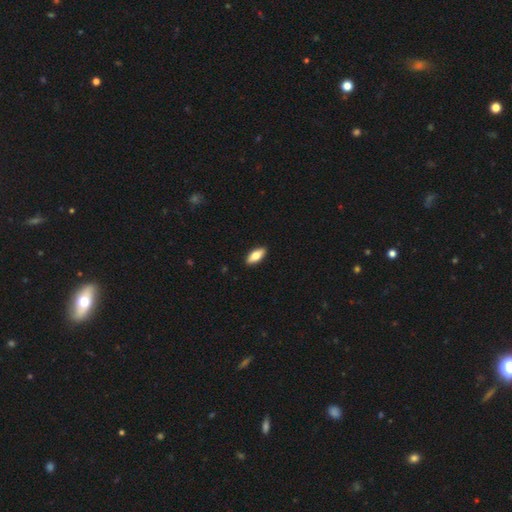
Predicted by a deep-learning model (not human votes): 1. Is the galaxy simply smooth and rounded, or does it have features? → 72% smooth, 22% featured or disk, 6% star or artifact.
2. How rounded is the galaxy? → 82% in between, 16% cigar-shaped, 3% round.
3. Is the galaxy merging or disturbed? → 91% none, 7% minor disturbance, 1% major disturbance, 1% merger.